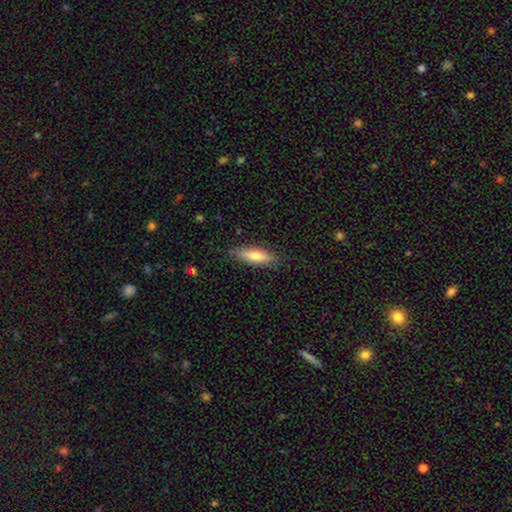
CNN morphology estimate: smooth_or_featured: smooth (p=0.62) [alt: featured or disk p=0.31]
how_rounded: cigar-shaped (p=0.62) [alt: in between p=0.36]
merging: none (p=0.85) [alt: minor disturbance p=0.12]